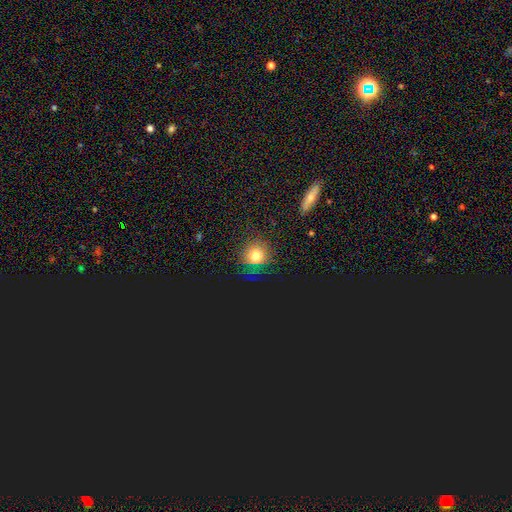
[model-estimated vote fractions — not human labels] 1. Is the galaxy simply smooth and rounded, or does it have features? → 67% smooth, 25% star or artifact, 8% featured or disk.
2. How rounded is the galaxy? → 91% round, 8% in between, 1% cigar-shaped.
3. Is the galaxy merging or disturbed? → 85% none, 9% minor disturbance, 4% major disturbance, 2% merger.